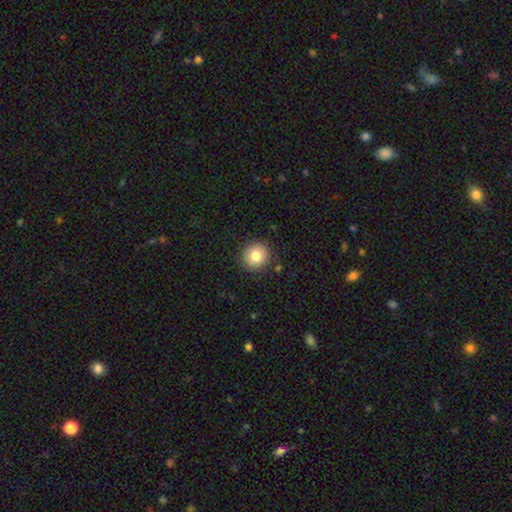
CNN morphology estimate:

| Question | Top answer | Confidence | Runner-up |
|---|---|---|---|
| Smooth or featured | smooth | 81% | star or artifact (10%) |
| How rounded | round | 91% | in between (8%) |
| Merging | none | 89% | minor disturbance (7%) |